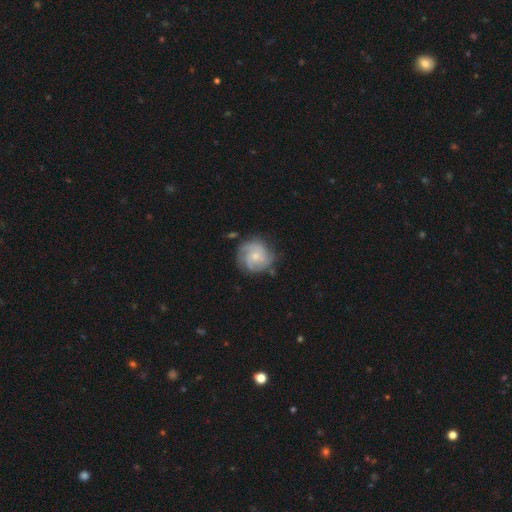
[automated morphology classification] This appears to be a featured or disk galaxy (74%) with no bar (73%), 3 (37%) tight (53%) spiral arms (94%) and a small central bulge (58%). Merging: none (73%).